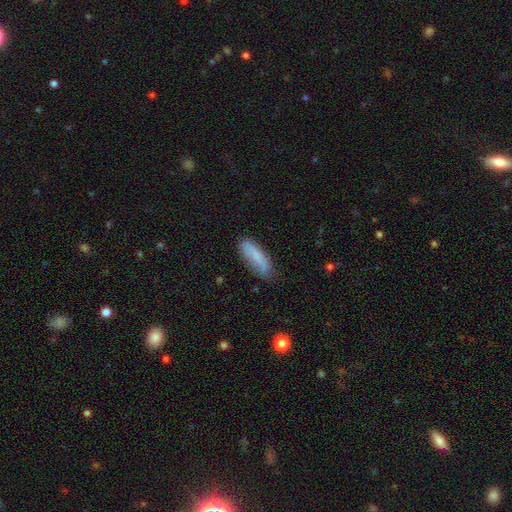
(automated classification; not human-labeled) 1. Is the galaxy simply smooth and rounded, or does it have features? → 75% smooth, 18% featured or disk, 7% star or artifact.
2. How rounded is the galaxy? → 51% in between, 47% cigar-shaped, 2% round.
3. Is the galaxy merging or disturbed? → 69% none, 23% minor disturbance, 6% major disturbance, 2% merger.